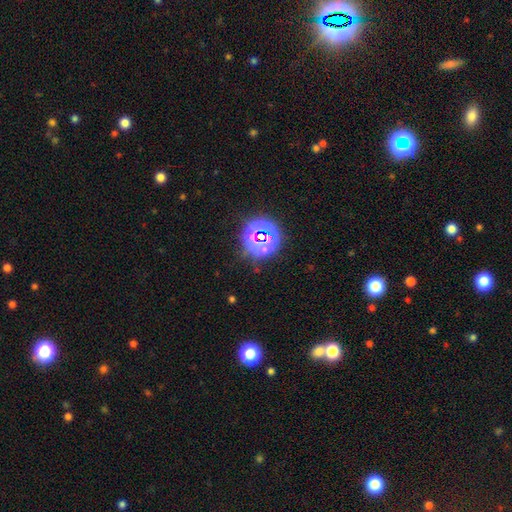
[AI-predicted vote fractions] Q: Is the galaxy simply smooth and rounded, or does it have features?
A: star or artifact — 81%.